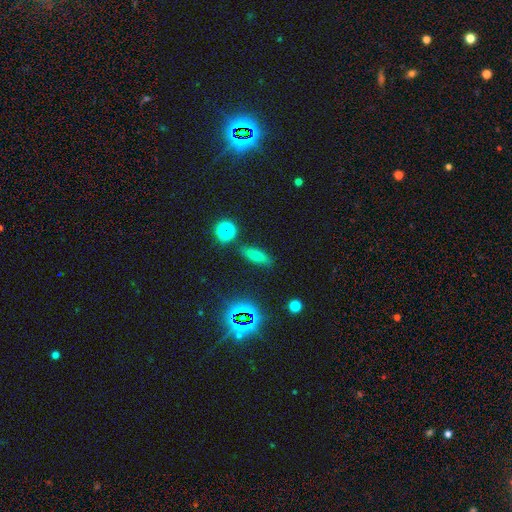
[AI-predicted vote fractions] Smooth or featured: smooth — 68% (star or artifact — 18%)
How rounded: in between — 55% (cigar-shaped — 38%)
Merging: none — 79% (minor disturbance — 13%)